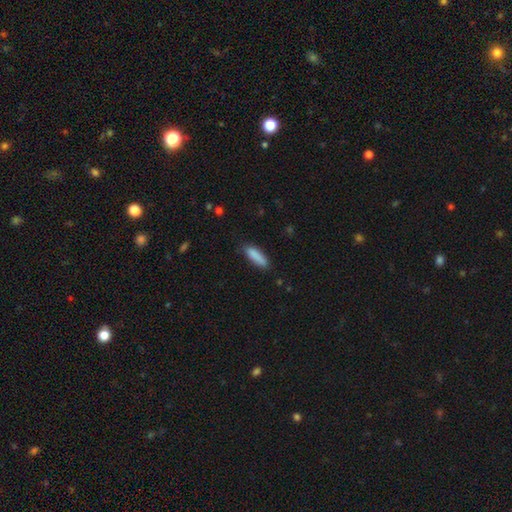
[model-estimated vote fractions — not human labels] Smooth or featured? Predicted: smooth (p=0.88). How rounded? Predicted: cigar-shaped (p=0.56). Merging? Predicted: none (p=0.80).